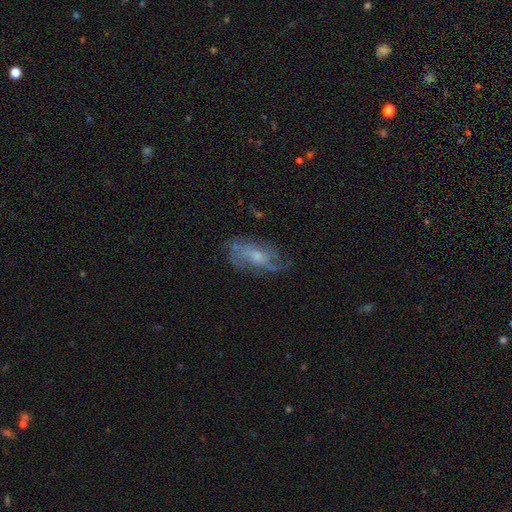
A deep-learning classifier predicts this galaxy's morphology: This appears to be a featured or disk galaxy (70%) with no bar (67%), medium (44%) spiral arms (82%) and a moderate central bulge (43%). Merging: none (63%).